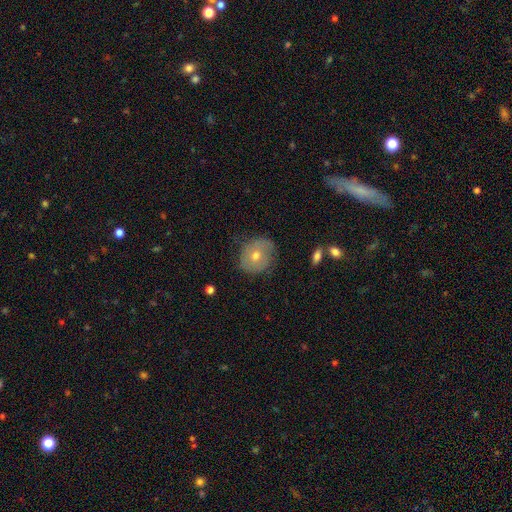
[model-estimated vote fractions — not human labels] Morphology: type=featured or disk (45%); merging=none (74%).